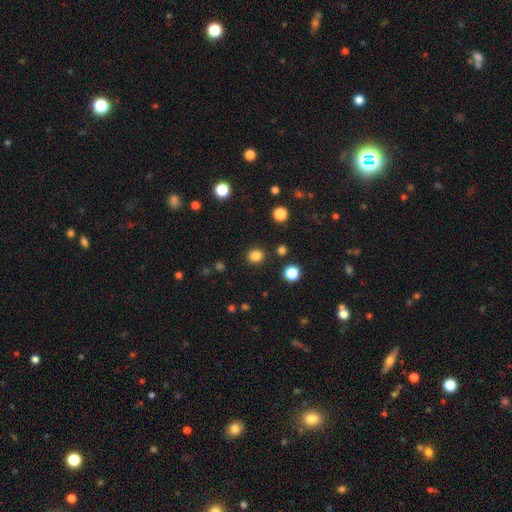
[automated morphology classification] This is clearly a smooth galaxy (83%). How rounded: likely round (79%). Merging: clearly none (89%).